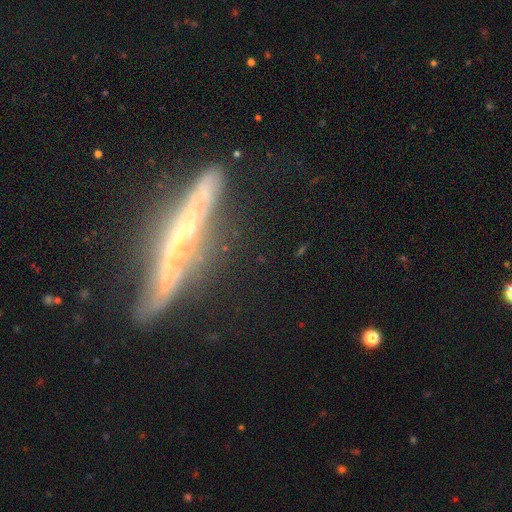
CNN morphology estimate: The model was most divided on "merging": none: 62%, minor disturbance: 24%, major disturbance: 10%, merger: 4%. More confident: edge-on disk — yes (88%); smooth or featured — featured or disk (74%); edge-on bulge — none (65%).